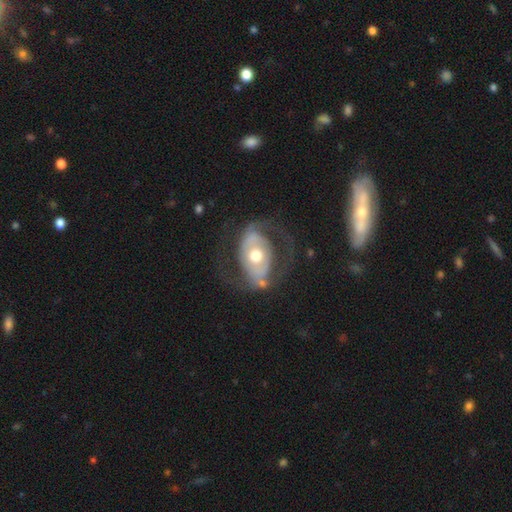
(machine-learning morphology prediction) Smooth or featured: featured or disk — 76% (smooth — 19%)
Edge-on disk: no — 95% (yes — 5%)
Bar: no — 64% (weak — 23%)
Spiral arms: yes — 68% (no — 32%)
Bulge size: moderate — 73% (large — 16%)
Merging: none — 55% (major disturbance — 23%)